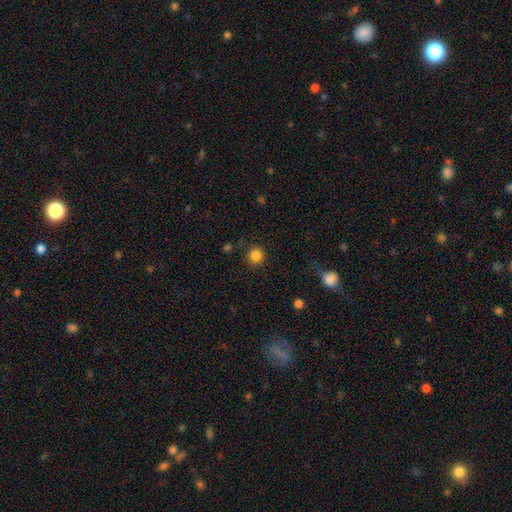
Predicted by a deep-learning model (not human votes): This appears to be a smooth galaxy with no disk features (84%) that is round (93%). Merging: none (87%).